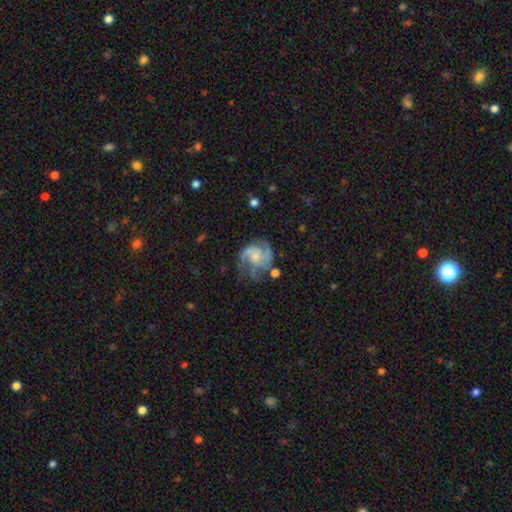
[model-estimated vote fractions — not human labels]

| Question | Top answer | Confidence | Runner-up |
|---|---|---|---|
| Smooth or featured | featured or disk | 86% | smooth (8%) |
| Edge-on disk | no | 98% | yes (2%) |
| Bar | no | 66% | weak (29%) |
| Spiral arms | yes | 97% | no (3%) |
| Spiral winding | medium | 52% | tight (31%) |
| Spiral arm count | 2 | 43% | 3 (35%) |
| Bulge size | small | 46% | moderate (31%) |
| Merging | none | 58% | minor disturbance (22%) |